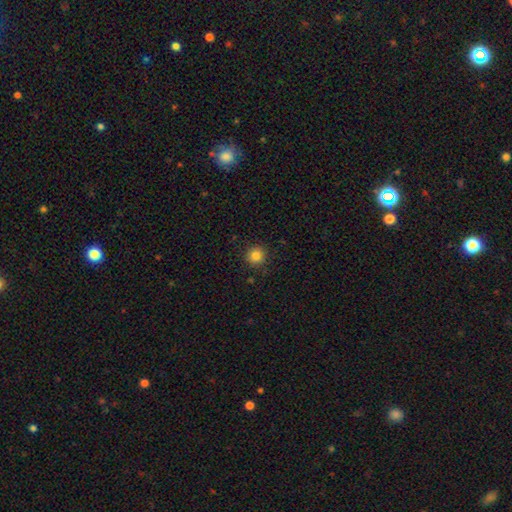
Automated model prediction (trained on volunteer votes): smooth 83%, star or artifact 12%, featured or disk 5%. Down the decision tree: how rounded — round (93%); merging — none (91%).